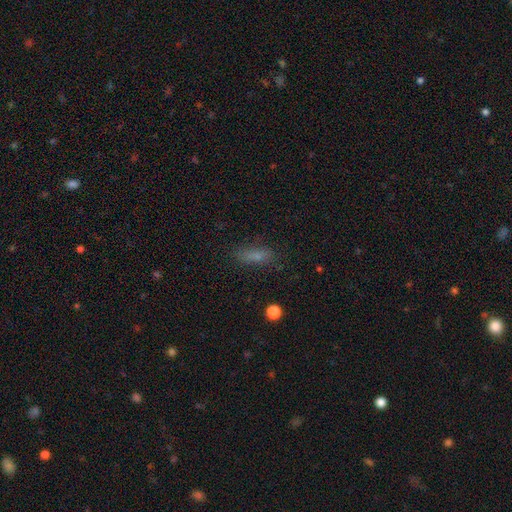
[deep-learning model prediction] Smooth or featured: smooth — 71% (featured or disk — 14%)
How rounded: in between — 56% (cigar-shaped — 39%)
Merging: none — 75% (minor disturbance — 17%)